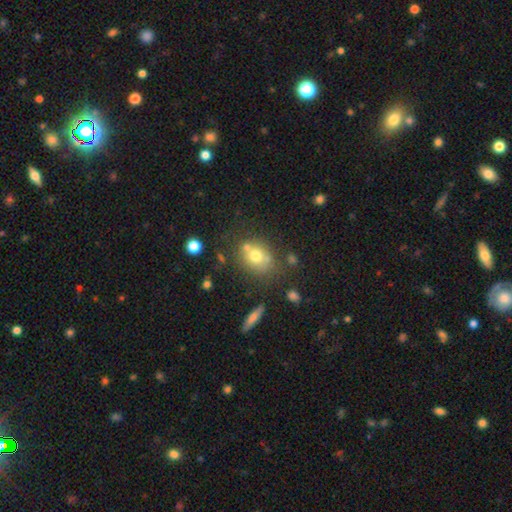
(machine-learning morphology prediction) Q: Smooth or featured?
A: smooth (68%); runner-up: featured or disk (19%)
Q: How rounded?
A: round (60%); runner-up: in between (39%)
Q: Merging?
A: none (59%); runner-up: merger (20%)